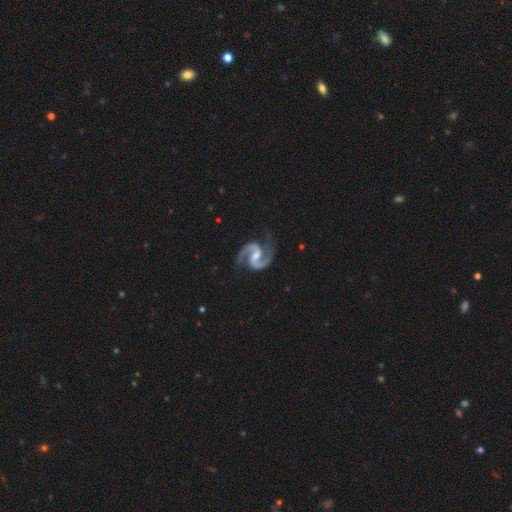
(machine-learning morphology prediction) Smooth or featured?
  - featured or disk: 94% *
  - star or artifact: 3%
  - smooth: 2%
Edge-on disk?
  - no: 98% *
  - yes: 2%
Bar?
  - weak: 51% *
  - strong: 27%
  - no: 22%
Spiral arms?
  - yes: 99% *
  - no: 1%
Spiral winding?
  - medium: 68% *
  - loose: 17%
  - tight: 15%
Spiral arm count?
  - 2: 95% *
  - 3: 1%
  - can't tell: 1%
  - 1: 1%
  - 4: 1%
  - more than 4: 1%
Bulge size?
  - moderate: 49% *
  - small: 35%
  - none: 10%
  - large: 4%
  - dominant: 1%
Merging?
  - none: 80% *
  - minor disturbance: 14%
  - major disturbance: 5%
  - merger: 1%